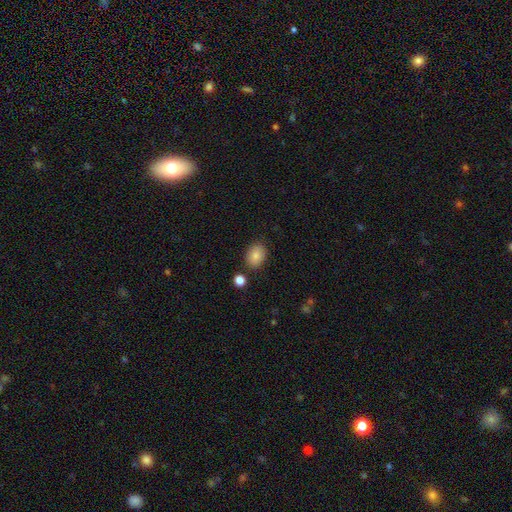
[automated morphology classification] smooth 85%, star or artifact 8%, featured or disk 7%. Down the decision tree: how rounded — in between (75%); merging — none (83%).